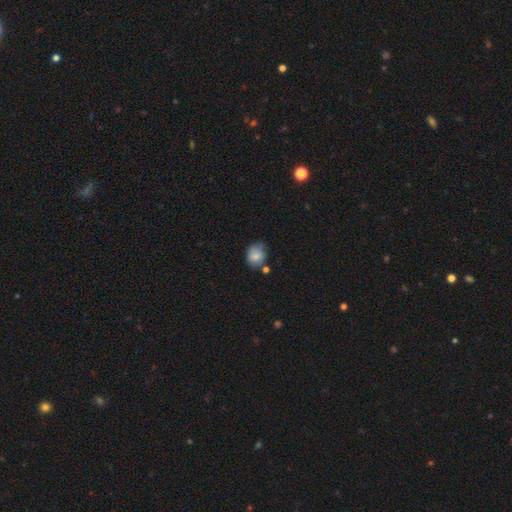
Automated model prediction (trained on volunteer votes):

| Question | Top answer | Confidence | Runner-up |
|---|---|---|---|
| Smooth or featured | smooth | 75% | featured or disk (16%) |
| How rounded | round | 52% | in between (47%) |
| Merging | none | 55% | minor disturbance (30%) |